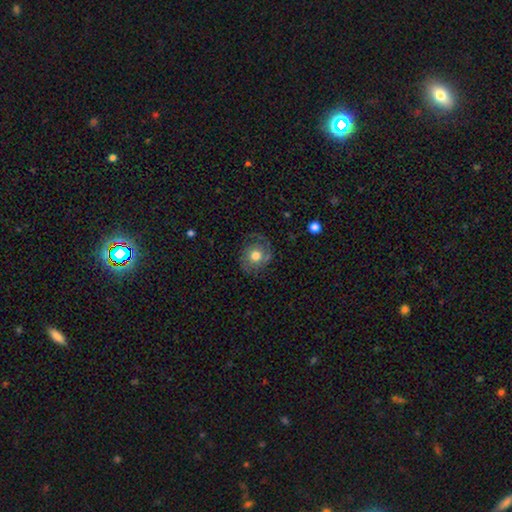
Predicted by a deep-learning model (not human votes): Q: Smooth or featured?
A: smooth (51%); runner-up: featured or disk (40%)
Q: How rounded?
A: round (79%); runner-up: in between (20%)
Q: Merging?
A: none (71%); runner-up: minor disturbance (18%)